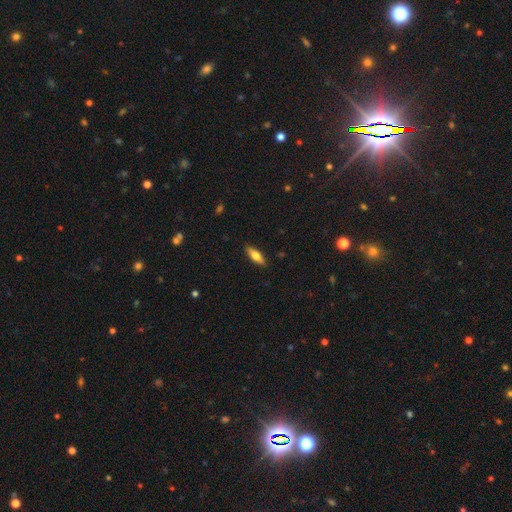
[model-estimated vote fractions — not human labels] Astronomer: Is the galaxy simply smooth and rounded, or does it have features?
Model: smooth — 58% (runner-up: featured or disk, 36%).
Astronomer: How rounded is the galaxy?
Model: in between — 52% (runner-up: cigar-shaped, 45%).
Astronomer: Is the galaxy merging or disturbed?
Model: none — 89%.